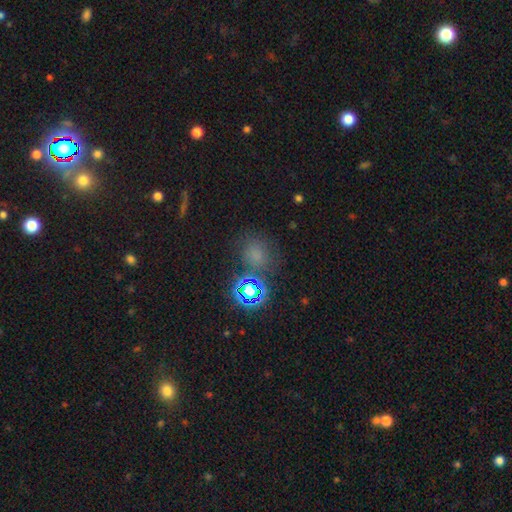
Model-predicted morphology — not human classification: The model was most divided on "smooth or featured": smooth: 58%, star or artifact: 34%, featured or disk: 9%. More confident: how rounded — round (75%); merging — none (69%).